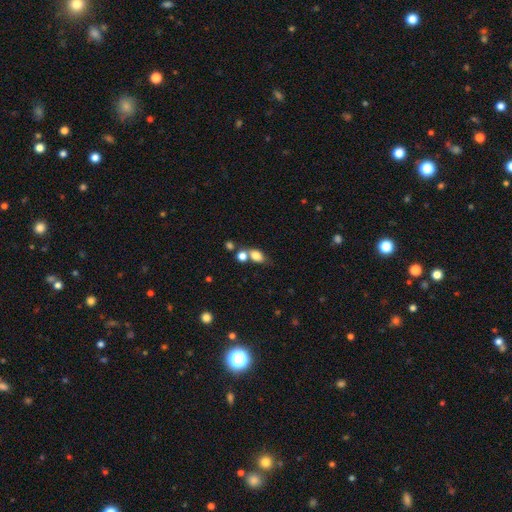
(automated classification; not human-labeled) smooth_or_featured: smooth (p=0.80) [alt: star or artifact p=0.11]
how_rounded: in between (p=0.73) [alt: round p=0.24]
merging: none (p=0.46) [alt: merger p=0.34]